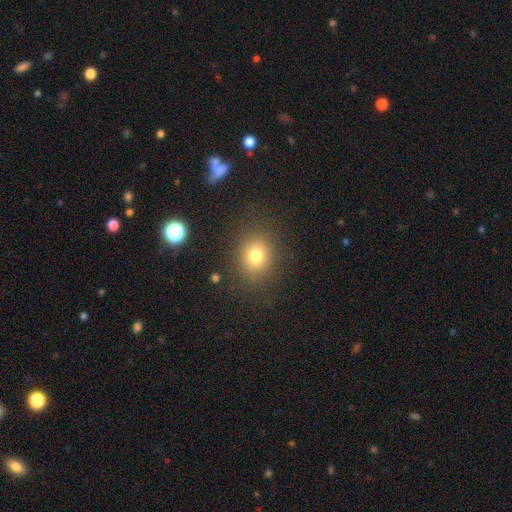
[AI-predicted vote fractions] Smooth or featured? Predicted: smooth (p=0.77). How rounded? Predicted: round (p=0.64). Merging? Predicted: none (p=0.85).